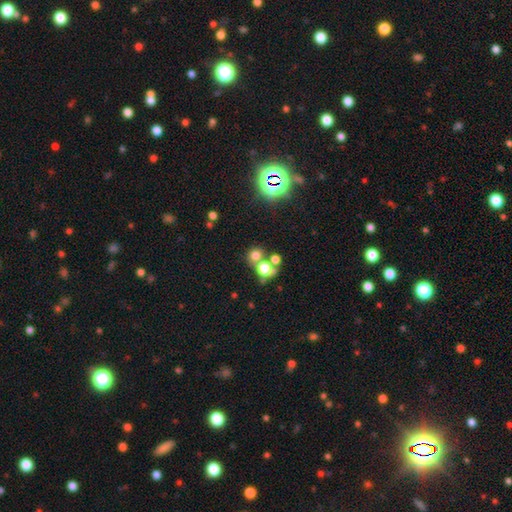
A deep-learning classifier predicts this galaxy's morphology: Smooth or featured? smooth (66%)
How rounded? round (85%)
Merging? none (57%)